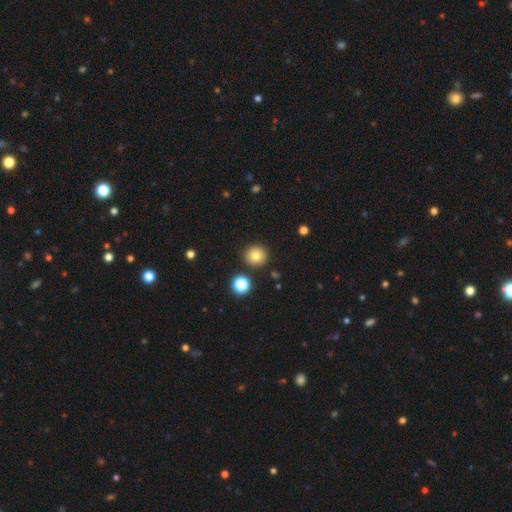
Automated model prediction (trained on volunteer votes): A smooth galaxy with no disk features (80%) that is round (93%). Merging: none (90%).